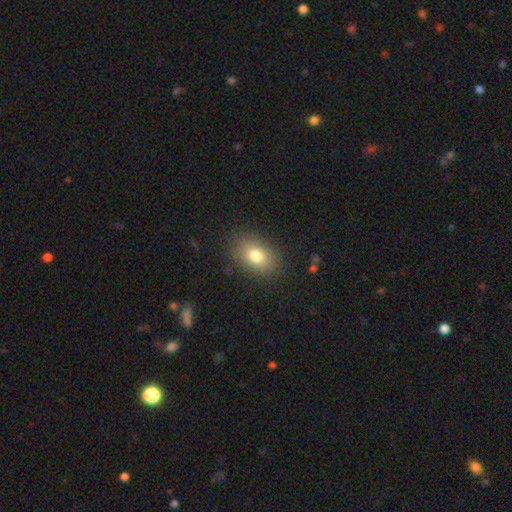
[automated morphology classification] This appears to be a smooth galaxy with no disk features (79%) that is in between round and cigar-shaped (79%). Merging: none (85%).